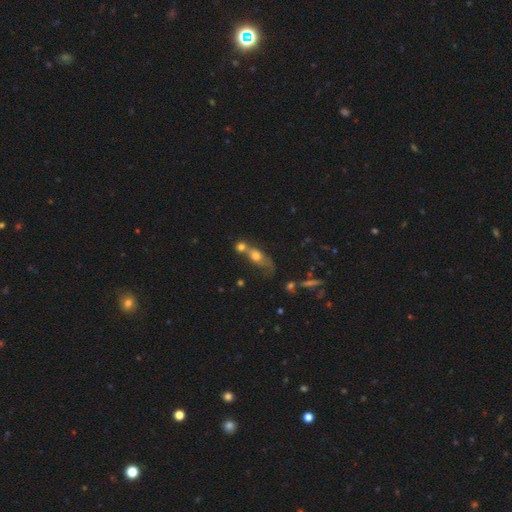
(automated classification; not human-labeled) This appears to be a smooth galaxy with no disk features (63%) that is in between round and cigar-shaped (57%). Merging: merger (58%).